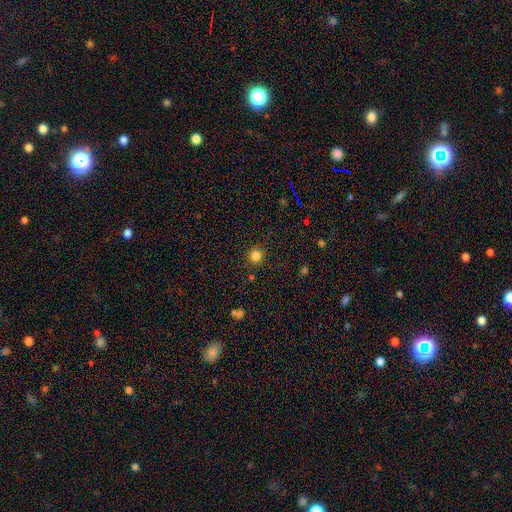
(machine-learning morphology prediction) The model was most divided on "smooth or featured": smooth: 82%, star or artifact: 14%, featured or disk: 5%. More confident: how rounded — round (93%); merging — none (90%).